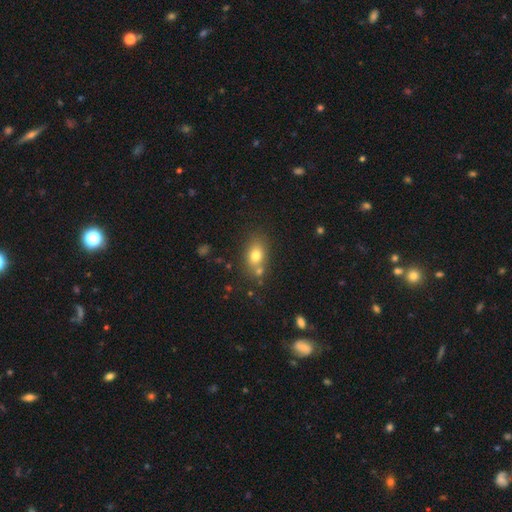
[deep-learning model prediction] Smooth or featured?
  - smooth: 75% *
  - featured or disk: 13%
  - star or artifact: 11%
How rounded?
  - in between: 70% *
  - round: 28%
  - cigar-shaped: 2%
Merging?
  - none: 63% *
  - merger: 19%
  - minor disturbance: 14%
  - major disturbance: 4%